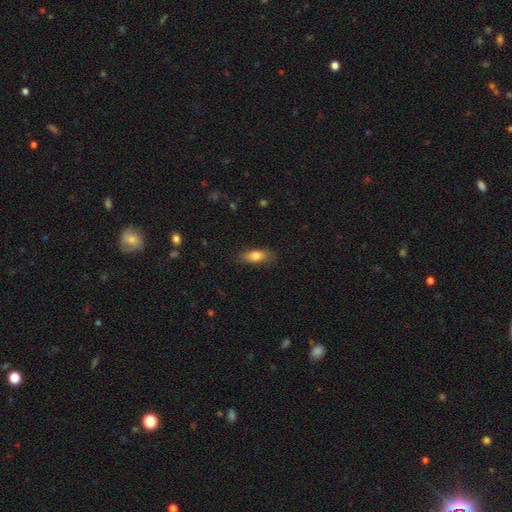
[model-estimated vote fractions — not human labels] Smooth or featured? smooth (76%)
How rounded? in between (71%)
Merging? none (81%)